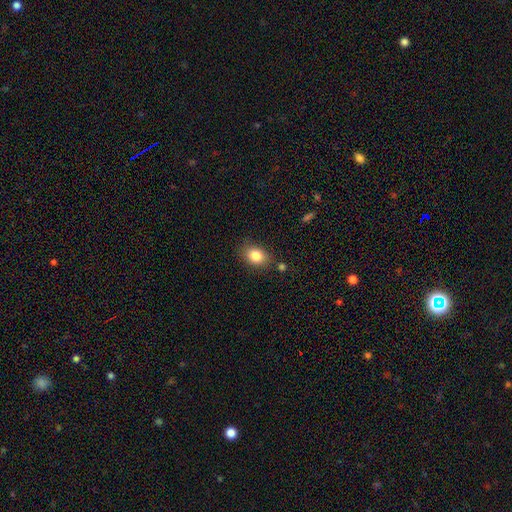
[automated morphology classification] Q: Smooth or featured?
A: smooth (85%); runner-up: star or artifact (9%)
Q: How rounded?
A: in between (66%); runner-up: round (33%)
Q: Merging?
A: none (78%); runner-up: minor disturbance (14%)